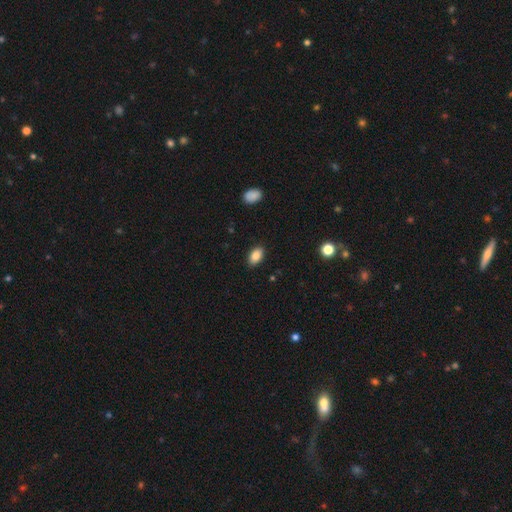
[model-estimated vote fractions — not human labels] A smooth galaxy with no disk features (86%) that is in between round and cigar-shaped (91%).

Vote fractions:
- Smooth or featured? smooth: 86% / star or artifact: 8% / featured or disk: 6%
- How rounded? in between: 91% / round: 7% / cigar-shaped: 2%
- Merging? none: 88% / minor disturbance: 9% / major disturbance: 2% / merger: 1%